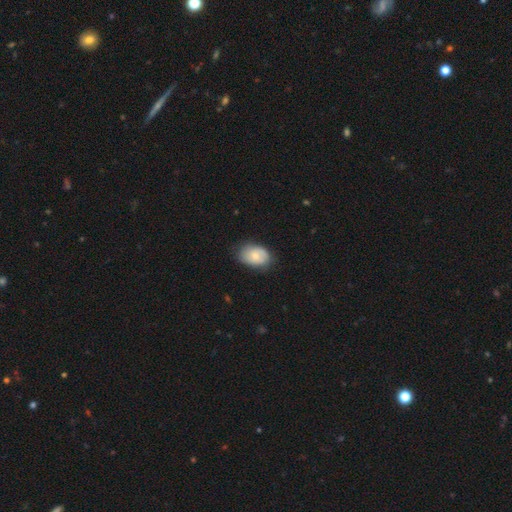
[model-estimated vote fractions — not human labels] Smooth or featured?
  - smooth: 70% *
  - featured or disk: 23%
  - star or artifact: 7%
How rounded?
  - in between: 84% *
  - round: 15%
  - cigar-shaped: 1%
Merging?
  - none: 72% *
  - minor disturbance: 23%
  - major disturbance: 5%
  - merger: 1%